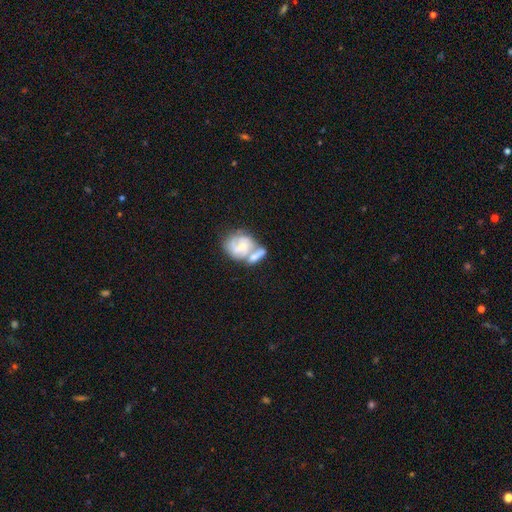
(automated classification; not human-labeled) Smooth or featured: featured or disk — 59% (smooth — 34%)
Edge-on disk: no — 93% (yes — 7%)
Bar: no — 63% (weak — 28%)
Spiral arms: yes — 62% (no — 38%)
Bulge size: small — 51% (moderate — 36%)
Merging: merger — 59% (none — 22%)